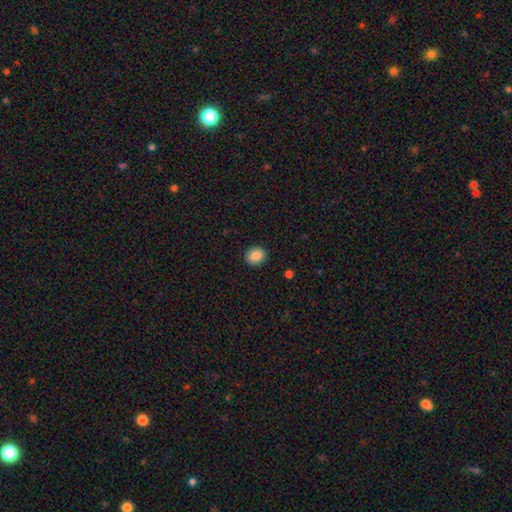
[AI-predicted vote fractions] A smooth galaxy with no disk features (88%) that is round (65%). Merging: none (91%).